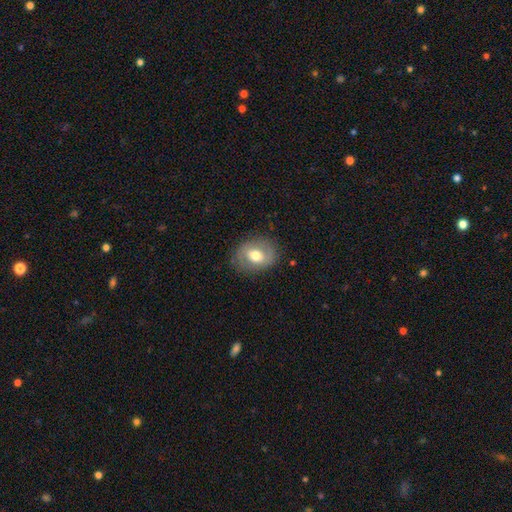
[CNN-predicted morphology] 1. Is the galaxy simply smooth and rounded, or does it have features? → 54% smooth, 39% featured or disk, 7% star or artifact.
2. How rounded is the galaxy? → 53% in between, 46% round, 1% cigar-shaped.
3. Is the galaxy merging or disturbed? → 79% none, 14% minor disturbance, 5% major disturbance, 1% merger.